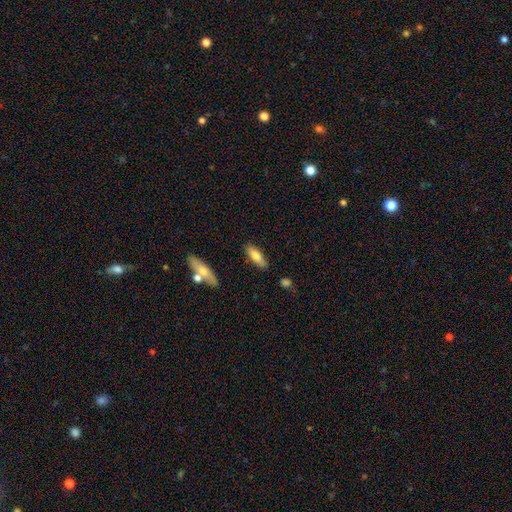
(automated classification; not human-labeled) Smooth or featured: smooth — 75% (featured or disk — 19%)
How rounded: in between — 53% (cigar-shaped — 46%)
Merging: none — 83% (minor disturbance — 11%)